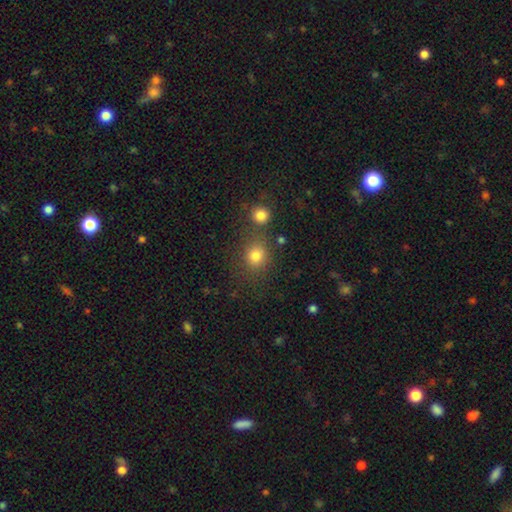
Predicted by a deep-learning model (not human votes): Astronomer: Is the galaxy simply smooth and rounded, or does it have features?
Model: smooth — 78%.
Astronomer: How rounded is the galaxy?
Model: round — 80%.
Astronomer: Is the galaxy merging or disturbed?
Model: none — 70%.